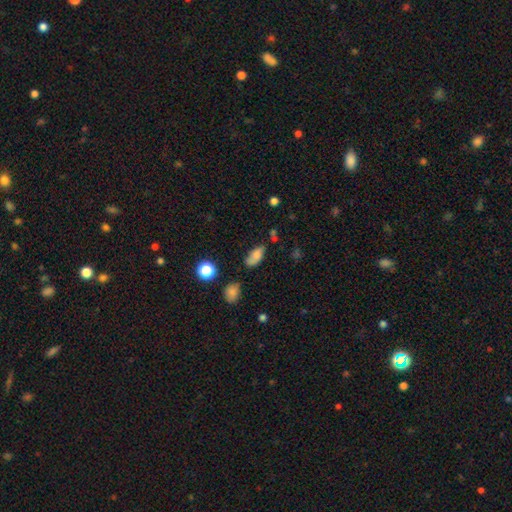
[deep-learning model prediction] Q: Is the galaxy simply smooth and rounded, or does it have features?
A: smooth — 76%.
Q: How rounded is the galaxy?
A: in between — 86%.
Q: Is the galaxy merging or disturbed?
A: none — 55%.